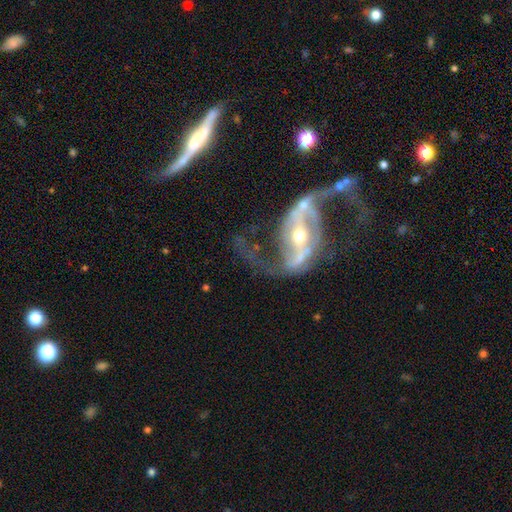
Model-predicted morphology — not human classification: type=featured or disk (92%); edge-on=no (95%); bar=strong (46%); spiral arms=yes (96%); winding=loose (61%); arm count=2 (93%); bulge=moderate (49%); merging=none (54%).